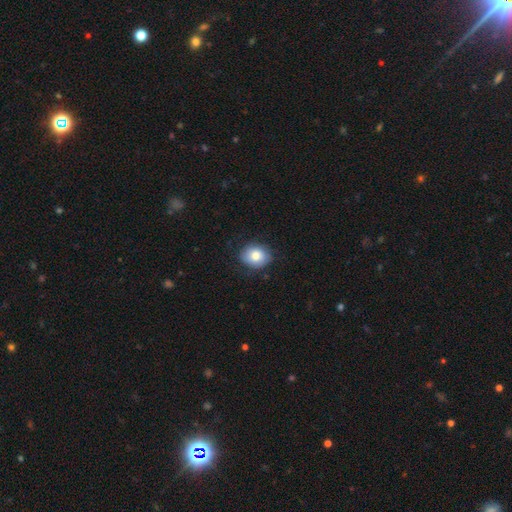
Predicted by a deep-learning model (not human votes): A smooth galaxy with no disk features (77%) that is round (52%). Merging: none (80%).